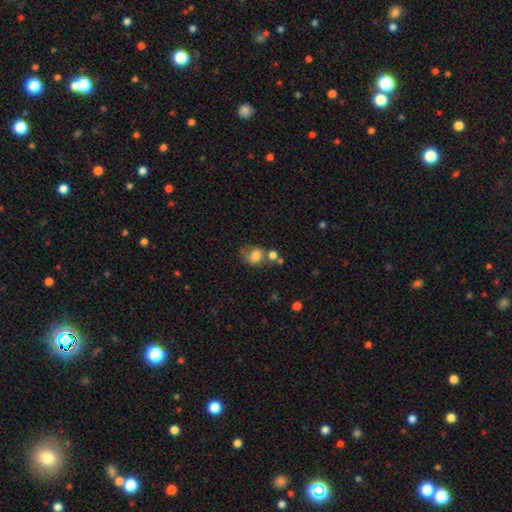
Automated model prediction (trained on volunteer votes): This appears to be a smooth galaxy with no disk features (78%) that is round (60%). Merging: none (42%).